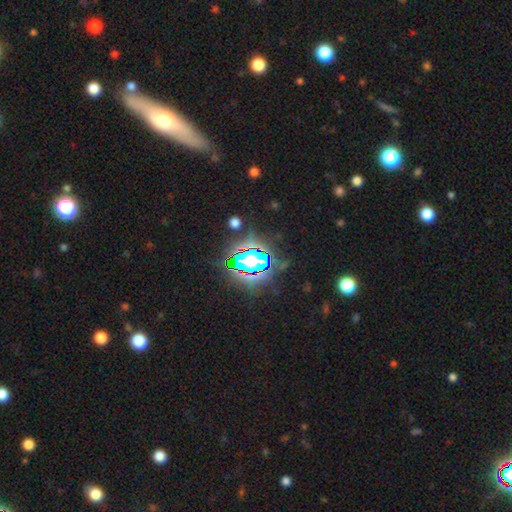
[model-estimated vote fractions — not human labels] smooth_or_featured: star or artifact (p=0.74) [alt: smooth p=0.15]